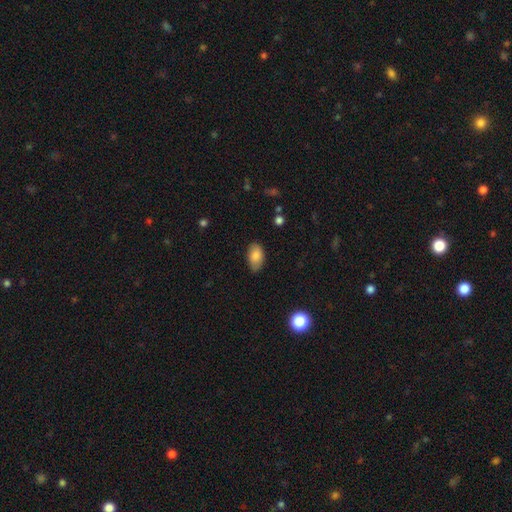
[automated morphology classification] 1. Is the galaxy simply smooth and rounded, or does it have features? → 84% smooth, 9% featured or disk, 7% star or artifact.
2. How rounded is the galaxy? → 93% in between, 5% round, 2% cigar-shaped.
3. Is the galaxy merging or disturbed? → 78% none, 18% minor disturbance, 3% major disturbance, 1% merger.